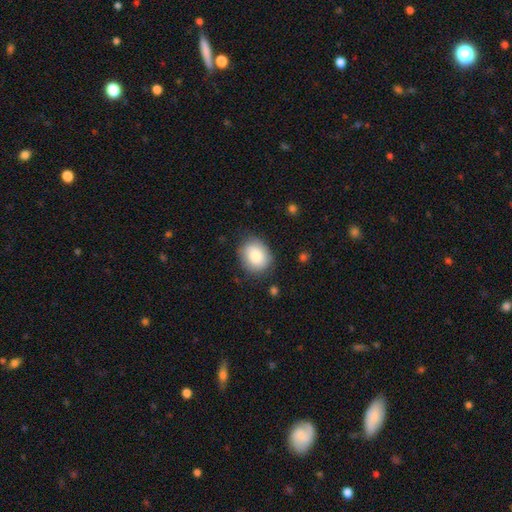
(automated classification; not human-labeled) smooth_or_featured: smooth (p=0.81) [alt: featured or disk p=0.11]
how_rounded: round (p=0.54) [alt: in between p=0.45]
merging: none (p=0.80) [alt: minor disturbance p=0.15]